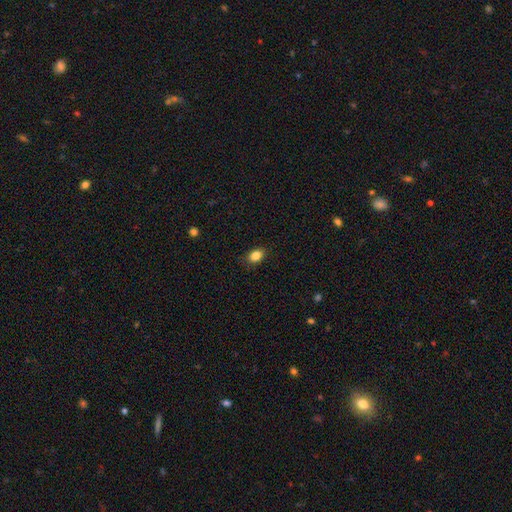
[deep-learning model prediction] Smooth or featured? smooth (85%)
How rounded? in between (77%)
Merging? none (85%)